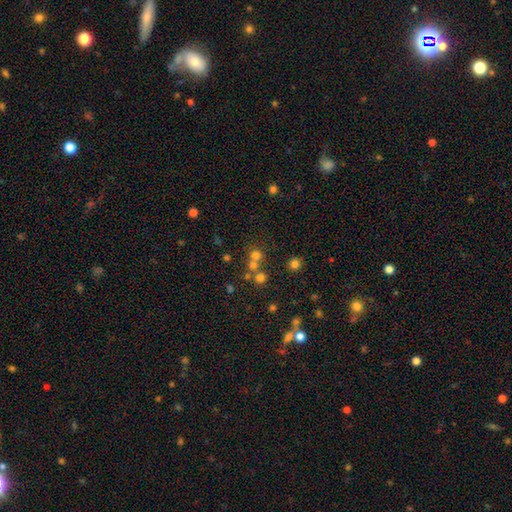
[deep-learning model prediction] A smooth galaxy with no disk features (65%) that is round (89%).

Vote fractions:
- Smooth or featured? smooth: 65% / star or artifact: 23% / featured or disk: 12%
- How rounded? round: 89% / in between: 10% / cigar-shaped: 1%
- Merging? none: 56% / merger: 34% / minor disturbance: 7% / major disturbance: 4%